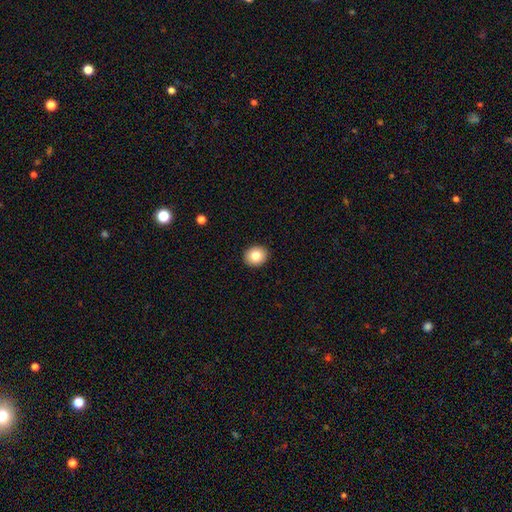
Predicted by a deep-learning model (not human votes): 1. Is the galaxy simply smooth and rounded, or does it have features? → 82% smooth, 9% featured or disk, 9% star or artifact.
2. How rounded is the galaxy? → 70% round, 29% in between, 1% cigar-shaped.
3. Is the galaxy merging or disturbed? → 92% none, 5% minor disturbance, 1% major disturbance, 1% merger.